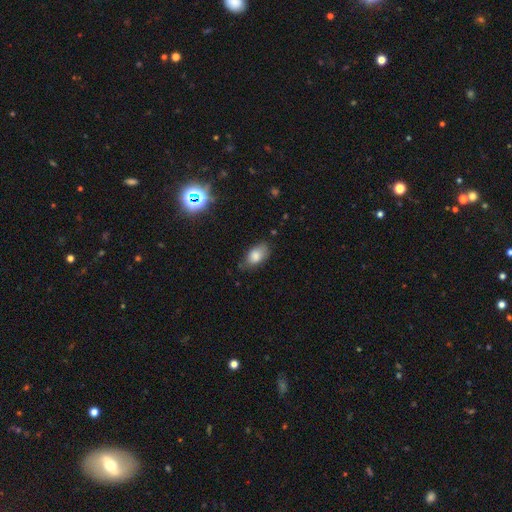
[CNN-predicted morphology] Smooth or featured? smooth (82%)
How rounded? in between (91%)
Merging? none (69%)